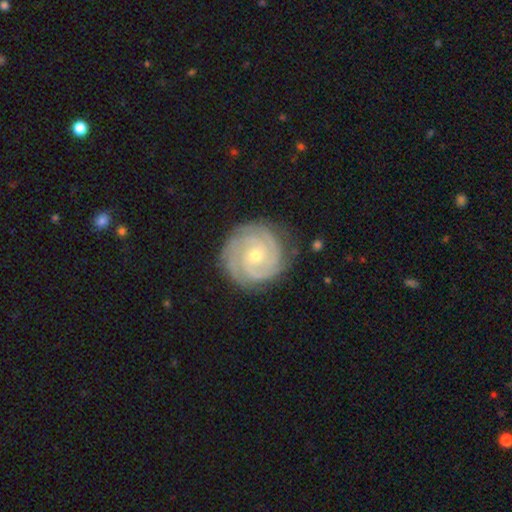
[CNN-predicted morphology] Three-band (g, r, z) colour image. It shows a featured or disk galaxy (90%) with no bar (71%), 3 (43%) tight (82%) spiral arms (98%) and a small central bulge (61%). Merging: none (84%).